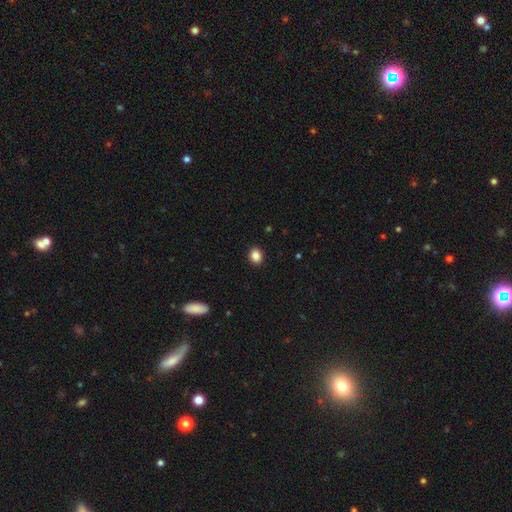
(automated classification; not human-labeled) Smooth or featured: smooth — 87% (star or artifact — 10%)
How rounded: round — 58% (in between — 41%)
Merging: none — 91% (minor disturbance — 6%)